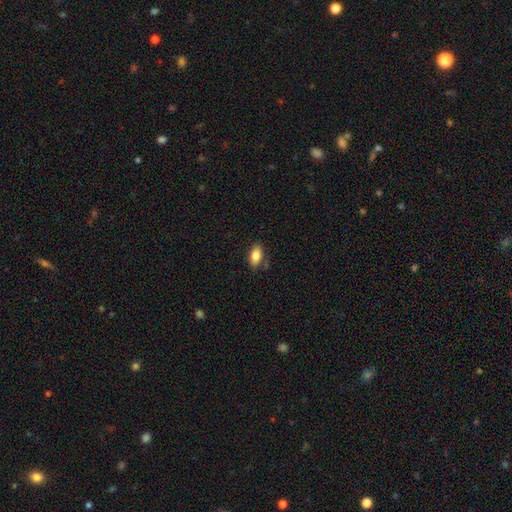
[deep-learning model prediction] Overall: smooth (82%). How rounded: in between (90%). Merging: none (79%).